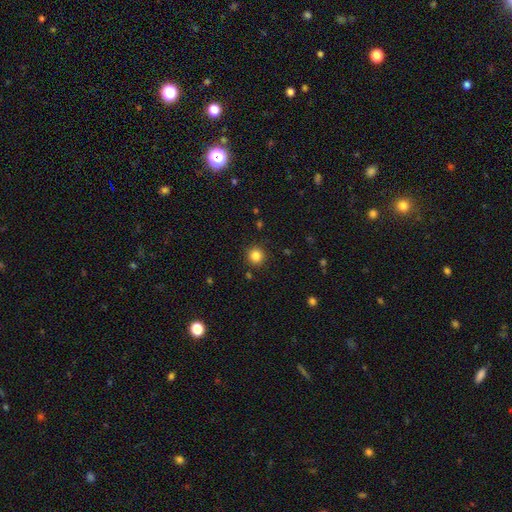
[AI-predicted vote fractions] The model was most divided on "smooth or featured": smooth: 83%, star or artifact: 12%, featured or disk: 4%. More confident: how rounded — round (94%); merging — none (90%).